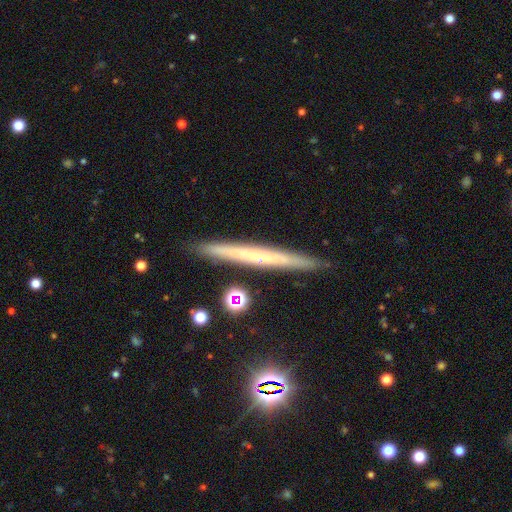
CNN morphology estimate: Smooth or featured? Predicted: featured or disk (p=0.50). Edge-on disk? Predicted: yes (p=0.95). Merging? Predicted: none (p=0.89).